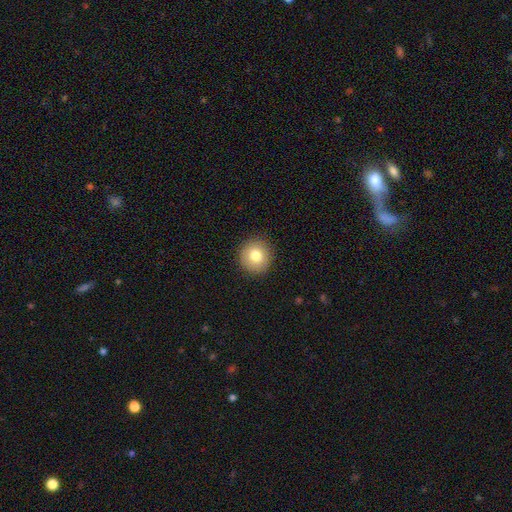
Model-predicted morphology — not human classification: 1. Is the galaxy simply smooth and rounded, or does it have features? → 79% smooth, 12% featured or disk, 10% star or artifact.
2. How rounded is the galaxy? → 92% round, 7% in between, 1% cigar-shaped.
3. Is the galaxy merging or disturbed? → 91% none, 6% minor disturbance, 2% major disturbance, 1% merger.